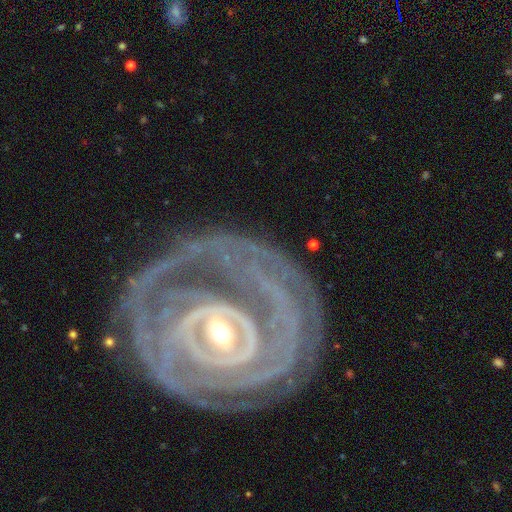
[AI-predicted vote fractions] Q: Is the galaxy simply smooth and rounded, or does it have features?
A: featured or disk — 89%.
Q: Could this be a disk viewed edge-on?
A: no — 96%.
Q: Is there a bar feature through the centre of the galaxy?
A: strong — 40%.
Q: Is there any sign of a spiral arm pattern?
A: yes — 92%.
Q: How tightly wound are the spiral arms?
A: tight — 85%.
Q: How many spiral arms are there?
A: can't tell — 29%.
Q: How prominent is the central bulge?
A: moderate — 51%.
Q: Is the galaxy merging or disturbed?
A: none — 74%.